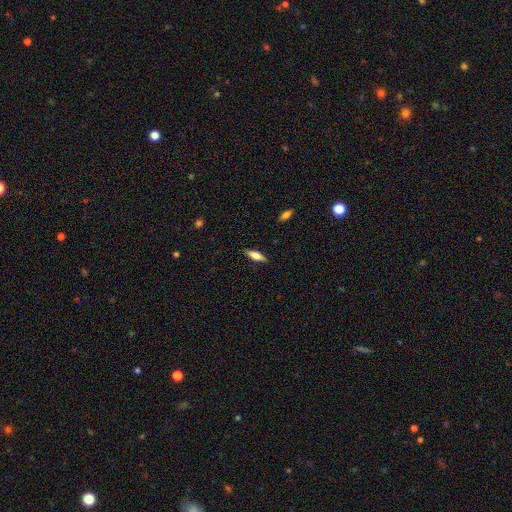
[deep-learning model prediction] A smooth galaxy with no disk features (66%) that is in between round and cigar-shaped (53%). Merging: none (88%).